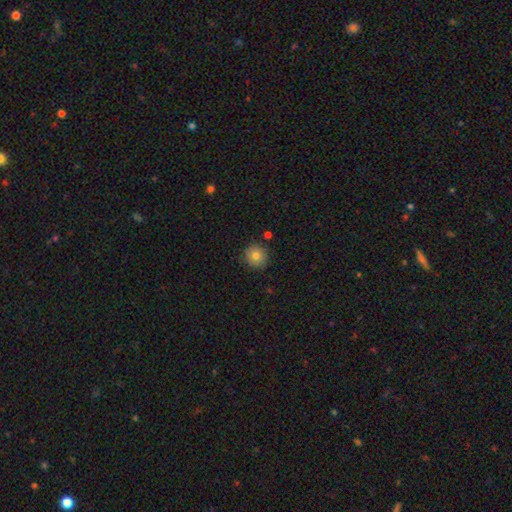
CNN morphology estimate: smooth_or_featured: smooth (p=0.80) [alt: star or artifact p=0.10]
how_rounded: round (p=0.92) [alt: in between p=0.07]
merging: none (p=0.86) [alt: minor disturbance p=0.09]